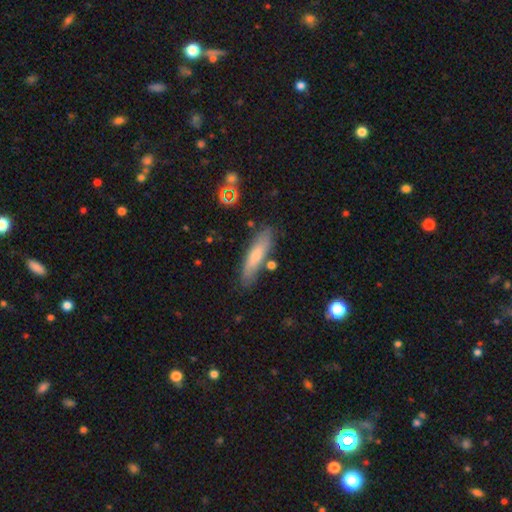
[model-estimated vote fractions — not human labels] smooth-or-featured: smooth: 65% | featured or disk: 28% | star or artifact: 7%
  how-rounded: cigar-shaped: 79% | in between: 19% | round: 2%
  merging: none: 80% | minor disturbance: 13% | merger: 5% | major disturbance: 3%